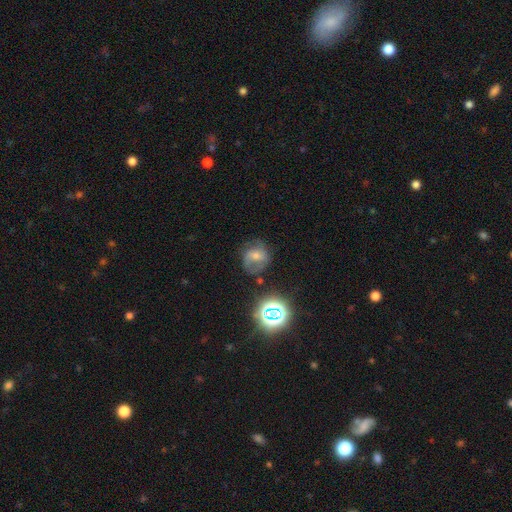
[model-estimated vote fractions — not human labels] Smooth or featured: featured or disk — 44% (smooth — 37%)
Merging: none — 59% (minor disturbance — 23%)